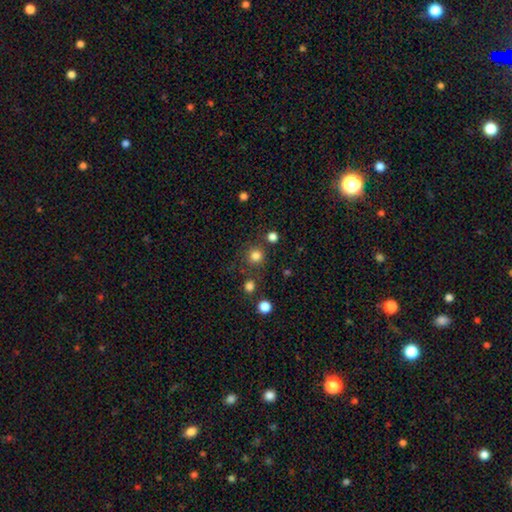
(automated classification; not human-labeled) smooth_or_featured: smooth (p=0.81) [alt: star or artifact p=0.15]
how_rounded: round (p=0.93) [alt: in between p=0.06]
merging: none (p=0.80) [alt: minor disturbance p=0.08]